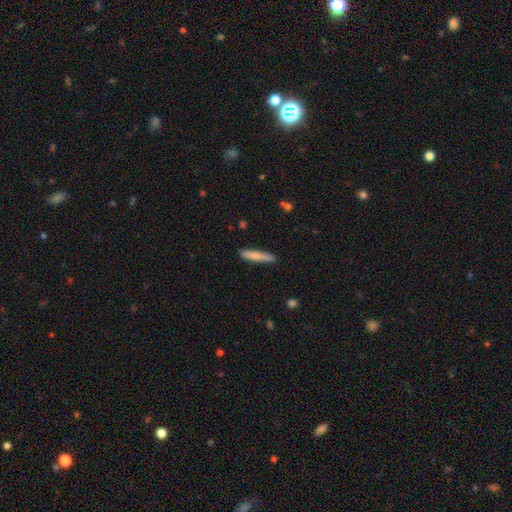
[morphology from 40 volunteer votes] smooth_or_featured: smooth (p=0.80) [alt: featured or disk p=0.15]
how_rounded: cigar-shaped (p=0.94) [alt: in between p=0.06]
merging: none (p=0.87) [alt: minor disturbance p=0.13]